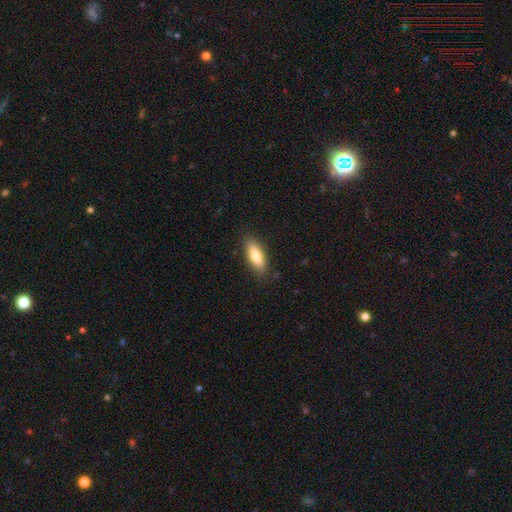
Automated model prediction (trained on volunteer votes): This is likely a smooth galaxy (79%). How rounded: likely in between (64%). Merging: clearly none (85%).